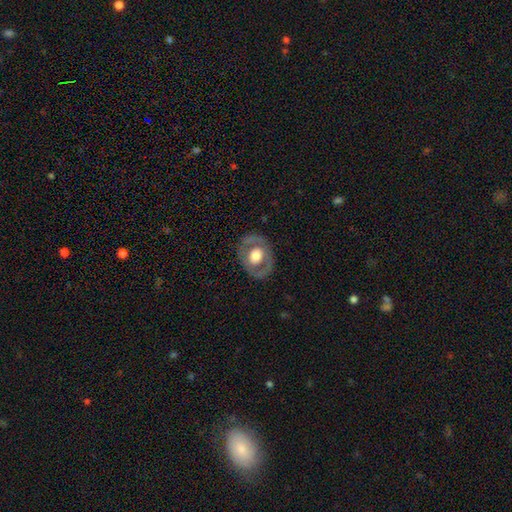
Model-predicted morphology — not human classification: Smooth or featured?
  - featured or disk: 55% *
  - smooth: 40%
  - star or artifact: 6%
Edge-on disk?
  - no: 94% *
  - yes: 6%
Bar?
  - no: 81% *
  - weak: 15%
  - strong: 4%
Spiral arms?
  - no: 77% *
  - yes: 23%
Bulge size?
  - large: 51% *
  - moderate: 39%
  - dominant: 5%
  - small: 3%
  - none: 1%
Merging?
  - none: 76% *
  - minor disturbance: 15%
  - major disturbance: 8%
  - merger: 1%